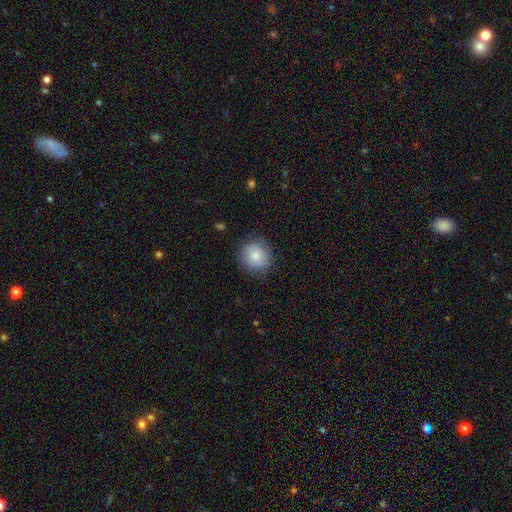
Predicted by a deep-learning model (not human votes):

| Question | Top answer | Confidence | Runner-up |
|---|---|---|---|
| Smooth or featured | smooth | 81% | featured or disk (11%) |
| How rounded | round | 89% | in between (10%) |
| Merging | none | 85% | minor disturbance (11%) |